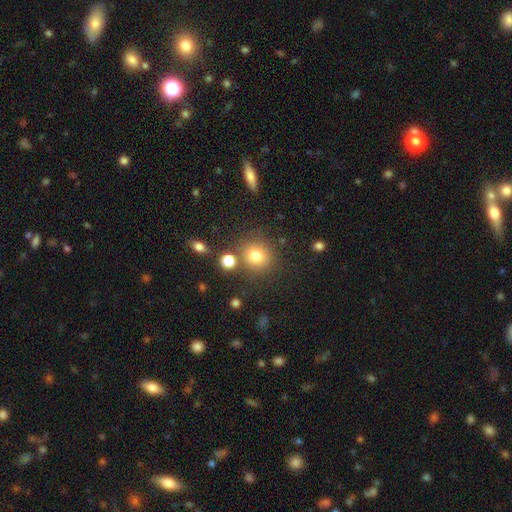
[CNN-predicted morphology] A smooth galaxy with no disk features (77%) that is round (89%). Merging: none (78%).